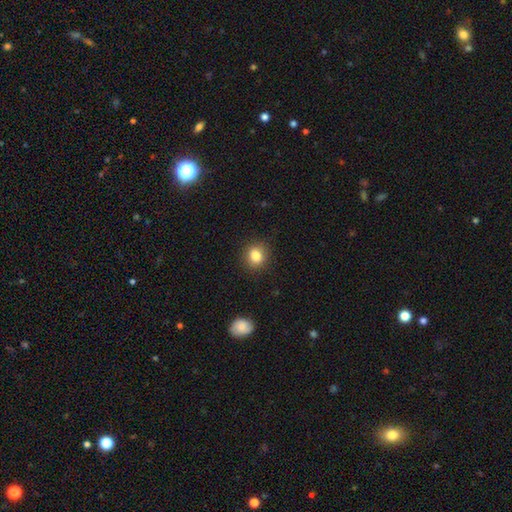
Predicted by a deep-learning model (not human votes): Smooth or featured? Predicted: smooth (p=0.83). How rounded? Predicted: round (p=0.75). Merging? Predicted: none (p=0.89).